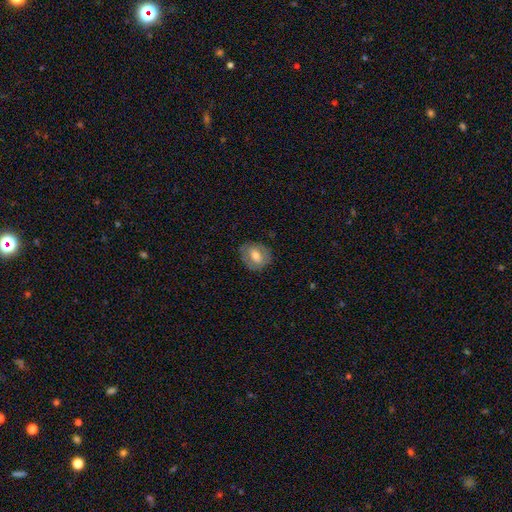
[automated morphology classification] smooth-or-featured: smooth: 59% | featured or disk: 34% | star or artifact: 8%
  how-rounded: round: 59% | in between: 39% | cigar-shaped: 1%
  merging: none: 77% | minor disturbance: 17% | major disturbance: 5% | merger: 1%